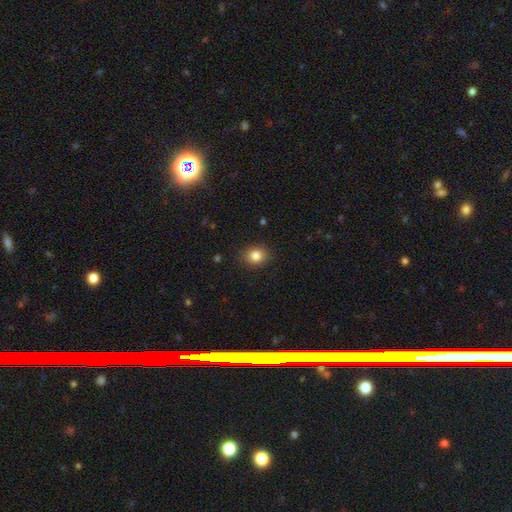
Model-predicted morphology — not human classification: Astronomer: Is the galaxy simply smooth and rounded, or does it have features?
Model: smooth — 85%.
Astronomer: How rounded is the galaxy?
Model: round — 69%.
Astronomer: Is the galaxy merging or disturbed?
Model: none — 88%.